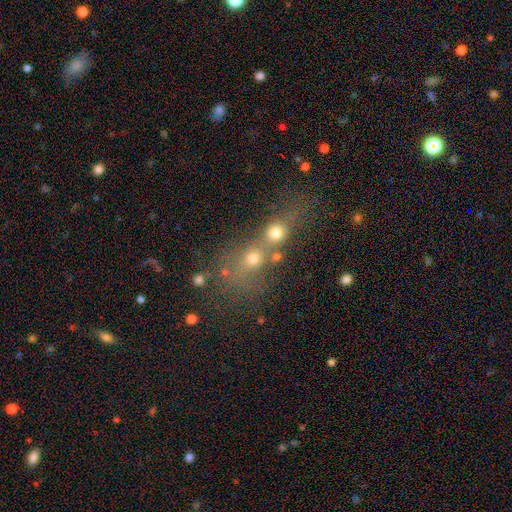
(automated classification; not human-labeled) Smooth or featured? smooth (46%)
Merging? merger (65%)